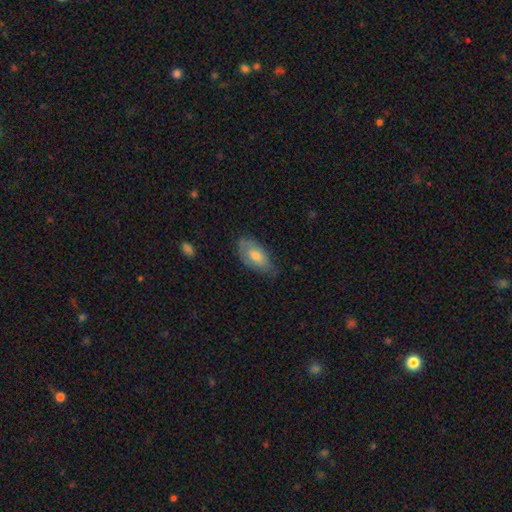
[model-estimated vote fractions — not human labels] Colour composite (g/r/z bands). It shows a smooth galaxy with no disk features (64%) that is in between round and cigar-shaped (90%). Merging: none (64%).